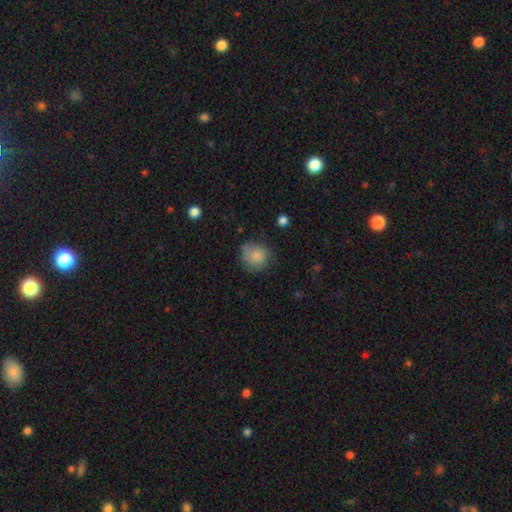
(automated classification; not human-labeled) A smooth galaxy with no disk features (77%) that is round (86%).

Vote fractions:
- Smooth or featured? smooth: 77% / featured or disk: 15% / star or artifact: 8%
- How rounded? round: 86% / in between: 13% / cigar-shaped: 1%
- Merging? none: 63% / minor disturbance: 25% / major disturbance: 9% / merger: 3%